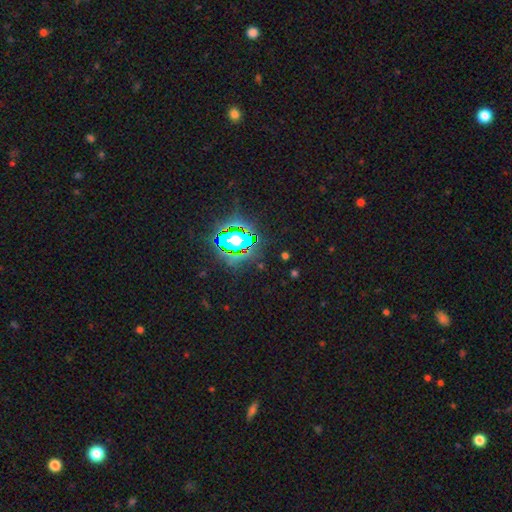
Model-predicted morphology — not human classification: star or artifact 81%, smooth 12%, featured or disk 7%.